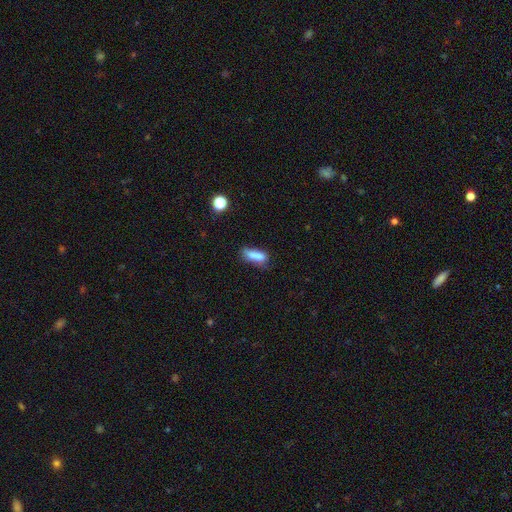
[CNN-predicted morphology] Q: Smooth or featured?
A: smooth (79%); runner-up: featured or disk (10%)
Q: How rounded?
A: in between (57%); runner-up: cigar-shaped (40%)
Q: Merging?
A: none (53%); runner-up: minor disturbance (29%)